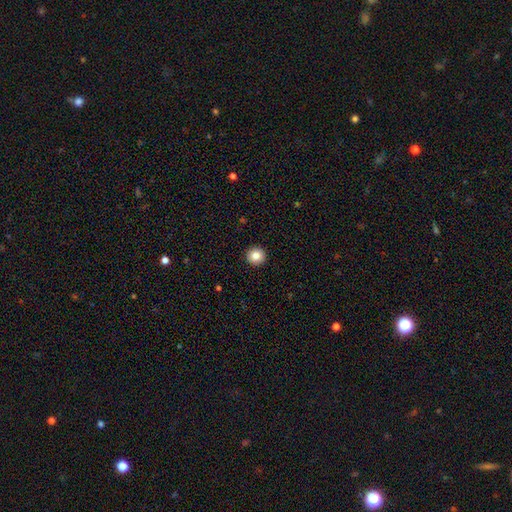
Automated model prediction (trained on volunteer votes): smooth_or_featured: smooth (p=0.84) [alt: star or artifact p=0.10]
how_rounded: round (p=0.95) [alt: in between p=0.04]
merging: none (p=0.94) [alt: minor disturbance p=0.04]